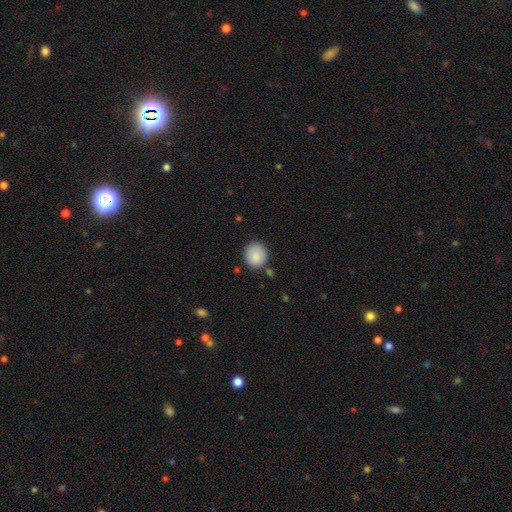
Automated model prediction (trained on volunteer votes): The model was most divided on "how rounded": round: 82%, in between: 17%, cigar-shaped: 1%. More confident: smooth or featured — smooth (88%); merging — none (80%).